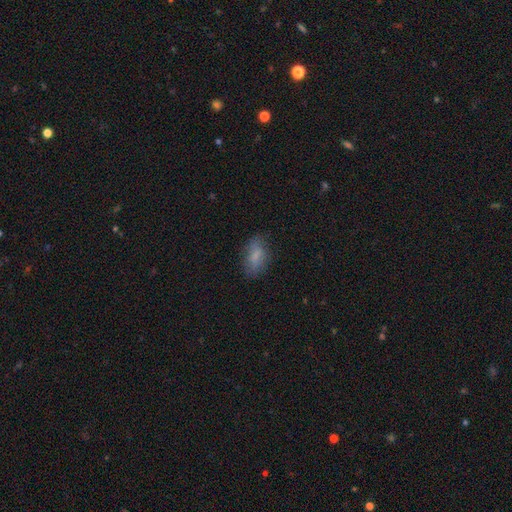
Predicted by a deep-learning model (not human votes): Q: Smooth or featured?
A: smooth (77%); runner-up: featured or disk (15%)
Q: How rounded?
A: in between (87%); runner-up: cigar-shaped (8%)
Q: Merging?
A: none (75%); runner-up: minor disturbance (18%)